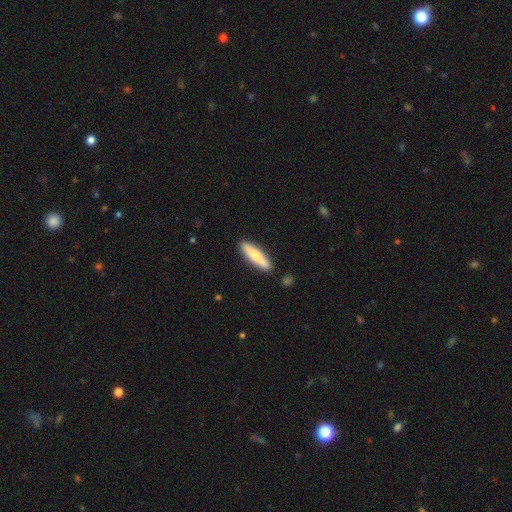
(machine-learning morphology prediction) A smooth galaxy with no disk features (74%) that is cigar-shaped (78%).

Vote fractions:
- Smooth or featured? smooth: 74% / featured or disk: 21% / star or artifact: 5%
- How rounded? cigar-shaped: 78% / in between: 21% / round: 2%
- Merging? none: 89% / minor disturbance: 8% / merger: 2% / major disturbance: 2%